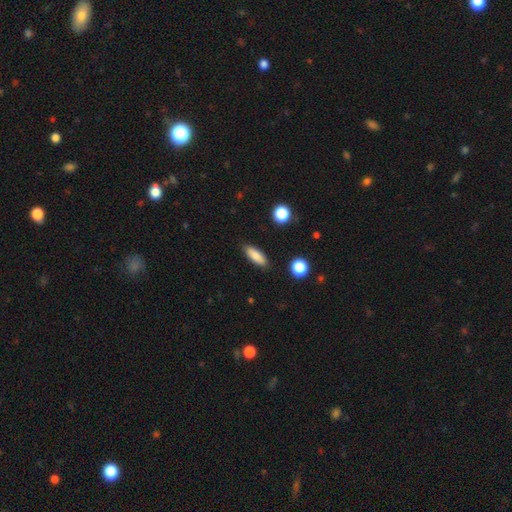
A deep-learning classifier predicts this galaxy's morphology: Smooth or featured?
  - smooth: 83% *
  - featured or disk: 10%
  - star or artifact: 7%
How rounded?
  - in between: 61% *
  - cigar-shaped: 36%
  - round: 3%
Merging?
  - none: 87% *
  - minor disturbance: 9%
  - major disturbance: 2%
  - merger: 2%